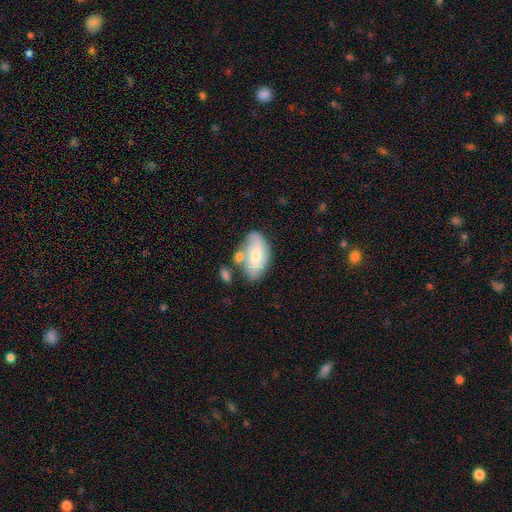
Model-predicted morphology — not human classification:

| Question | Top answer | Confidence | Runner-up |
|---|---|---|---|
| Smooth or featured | smooth | 54% | featured or disk (39%) |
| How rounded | in between | 91% | round (6%) |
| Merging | none | 50% | minor disturbance (22%) |